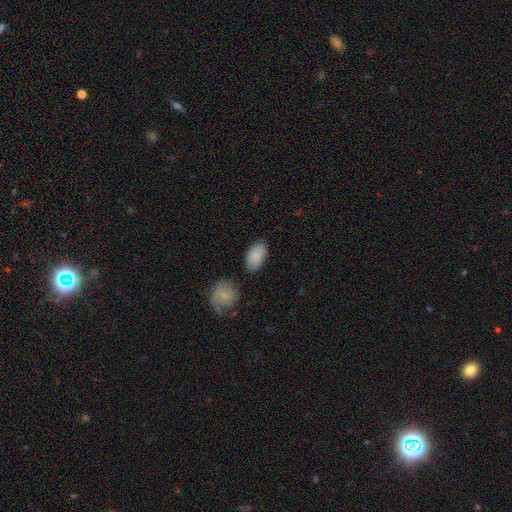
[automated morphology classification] This appears to be a smooth galaxy with no disk features (88%) that is in between round and cigar-shaped (94%). Merging: none (78%).